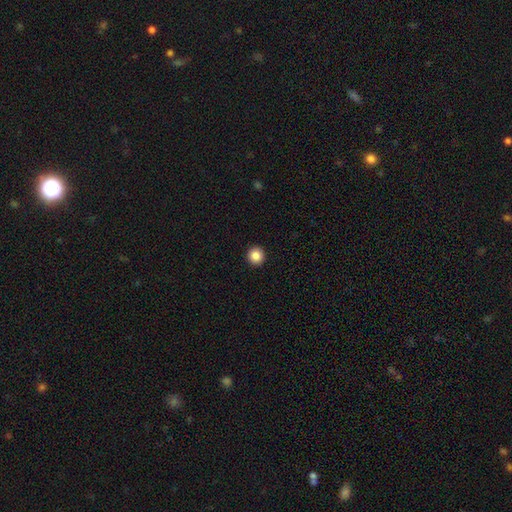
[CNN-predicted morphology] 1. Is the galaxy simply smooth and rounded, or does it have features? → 87% smooth, 9% star or artifact, 4% featured or disk.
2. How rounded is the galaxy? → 95% round, 4% in between, 1% cigar-shaped.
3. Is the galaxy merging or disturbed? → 94% none, 4% minor disturbance, 1% major disturbance, 1% merger.